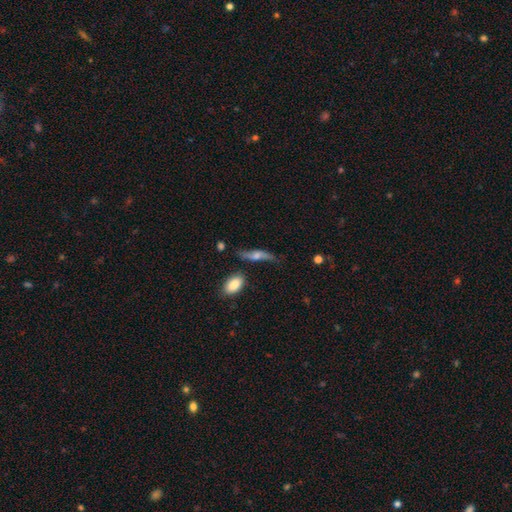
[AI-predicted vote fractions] smooth-or-featured: featured or disk: 51% | smooth: 41% | star or artifact: 8%
  disk-edge-on: yes: 62% | no: 38%
  merging: none: 60% | minor disturbance: 25% | major disturbance: 10% | merger: 5%